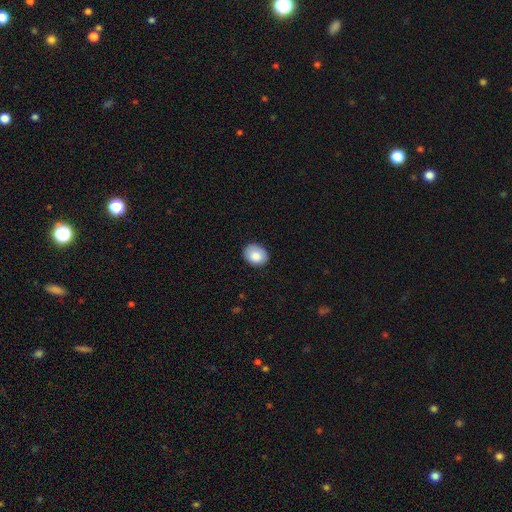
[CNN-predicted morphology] smooth_or_featured: smooth (p=0.87) [alt: star or artifact p=0.07]
how_rounded: in between (p=0.57) [alt: round p=0.43]
merging: none (p=0.86) [alt: minor disturbance p=0.11]